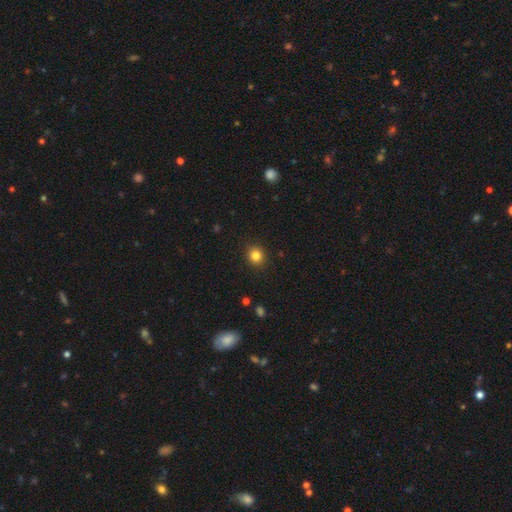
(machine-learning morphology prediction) Smooth or featured: smooth — 84% (star or artifact — 12%)
How rounded: round — 86% (in between — 13%)
Merging: none — 90% (minor disturbance — 6%)